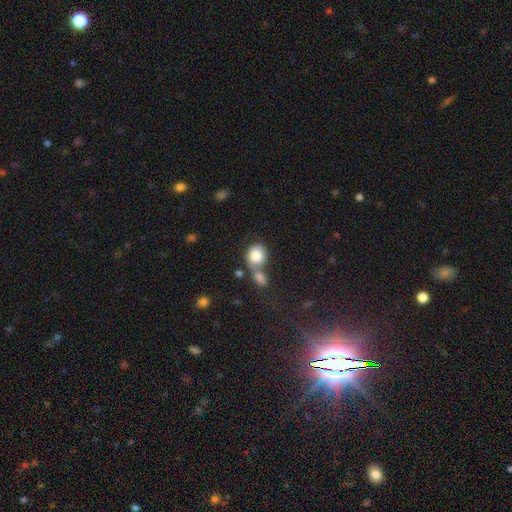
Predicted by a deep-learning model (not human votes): Q: Smooth or featured?
A: smooth (82%); runner-up: featured or disk (10%)
Q: How rounded?
A: round (70%); runner-up: in between (29%)
Q: Merging?
A: merger (43%); runner-up: none (39%)